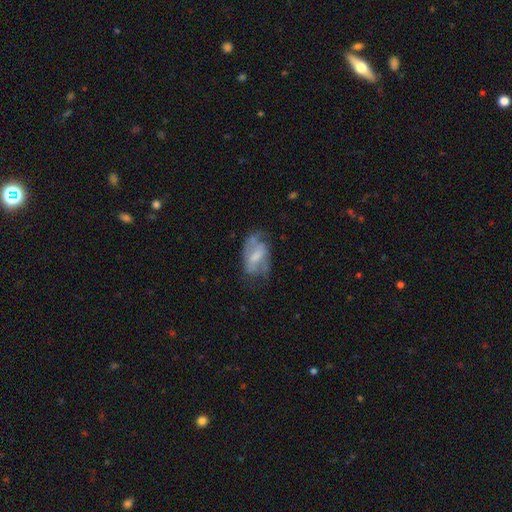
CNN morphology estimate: Smooth or featured? featured or disk (57%)
Edge-on disk? no (95%)
Bar? weak (44%)
Spiral arms? yes (53%)
Bulge size? moderate (39%)
Merging? none (43%)